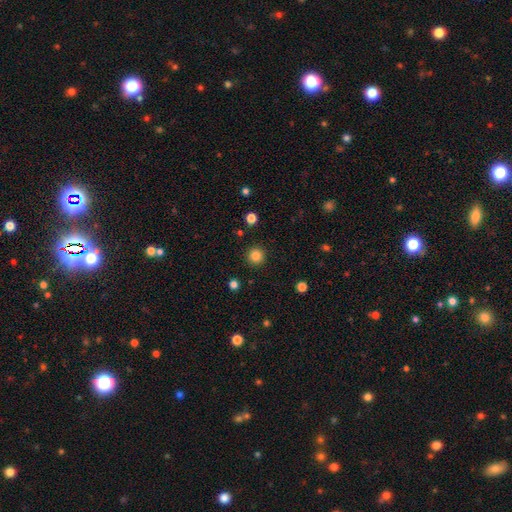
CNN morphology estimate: Overall: smooth (84%). How rounded: round (96%). Merging: none (93%).